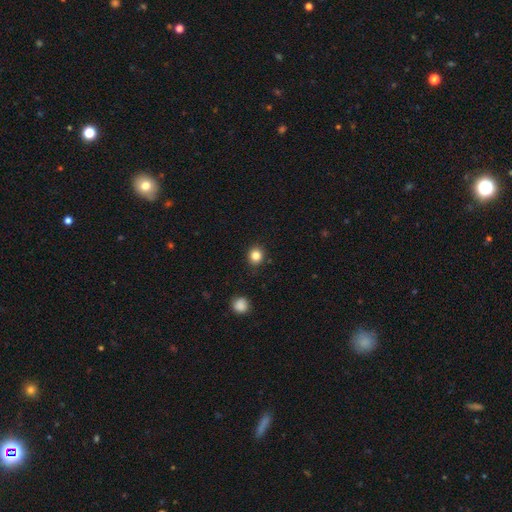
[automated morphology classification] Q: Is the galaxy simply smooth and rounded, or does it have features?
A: smooth — 84%.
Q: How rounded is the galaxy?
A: round — 86%.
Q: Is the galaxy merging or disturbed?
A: none — 89%.